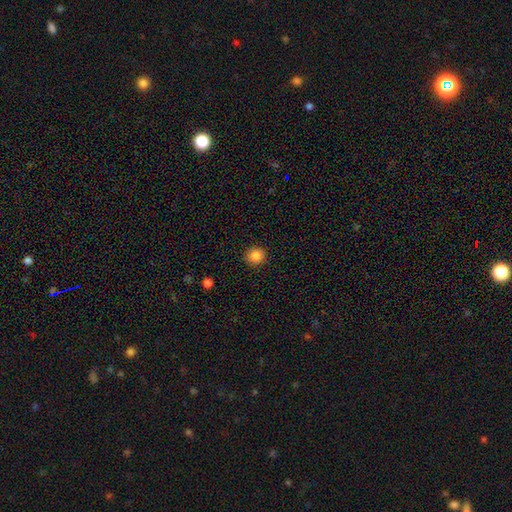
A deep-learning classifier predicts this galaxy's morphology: The model was most divided on "how rounded": round: 86%, in between: 13%, cigar-shaped: 1%. More confident: merging — none (90%); smooth or featured — smooth (86%).